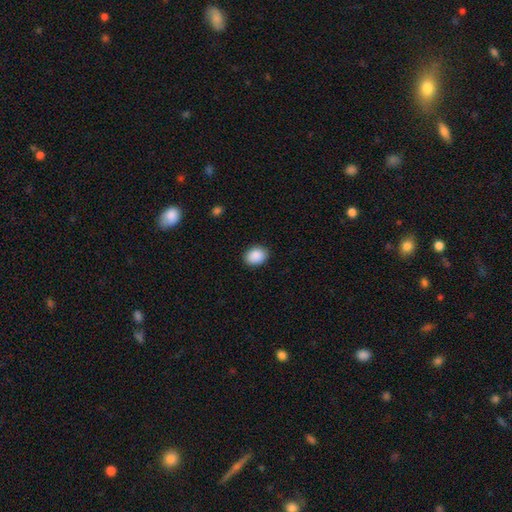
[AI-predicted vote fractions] This appears to be a smooth galaxy with no disk features (90%) that is in between round and cigar-shaped (63%). Merging: none (88%).